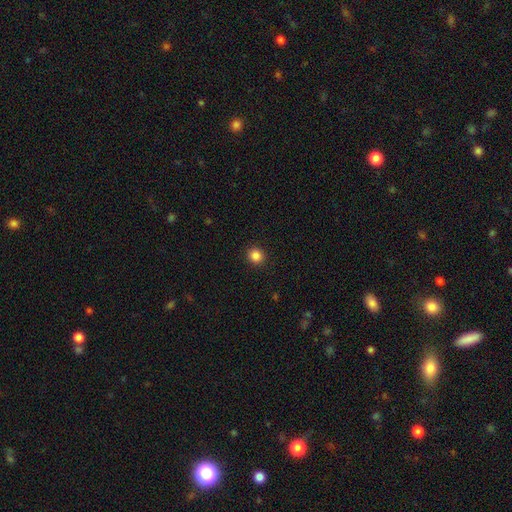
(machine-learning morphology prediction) A smooth galaxy with no disk features (86%) that is round (86%).

Vote fractions:
- Smooth or featured? smooth: 86% / star or artifact: 11% / featured or disk: 3%
- How rounded? round: 86% / in between: 13% / cigar-shaped: 1%
- Merging? none: 92% / minor disturbance: 5% / major disturbance: 2% / merger: 1%